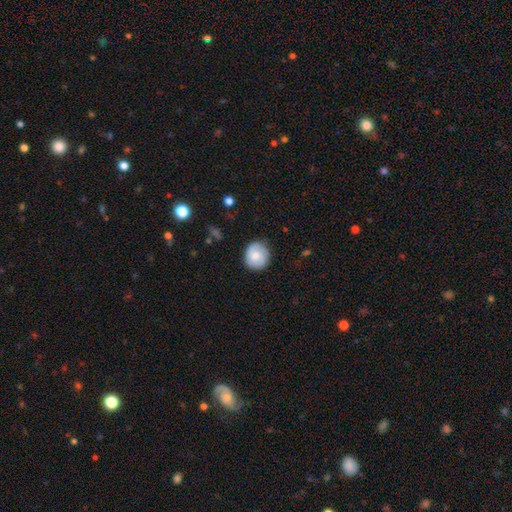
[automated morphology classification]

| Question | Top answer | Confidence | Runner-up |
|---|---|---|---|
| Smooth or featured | smooth | 55% | featured or disk (38%) |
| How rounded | round | 86% | in between (13%) |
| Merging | none | 81% | minor disturbance (15%) |